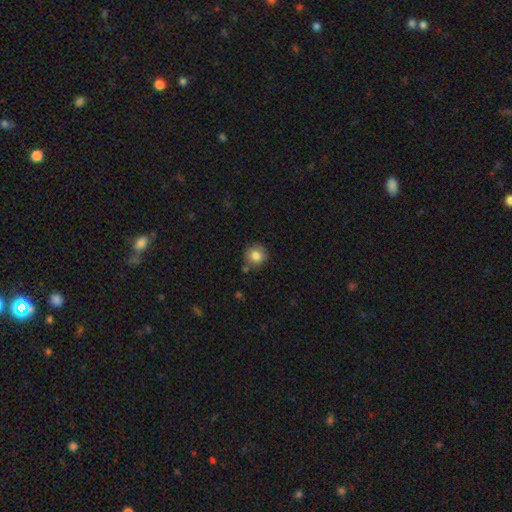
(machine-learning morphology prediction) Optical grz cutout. It shows a smooth galaxy with no disk features (82%) that is round (91%). Merging: none (78%).